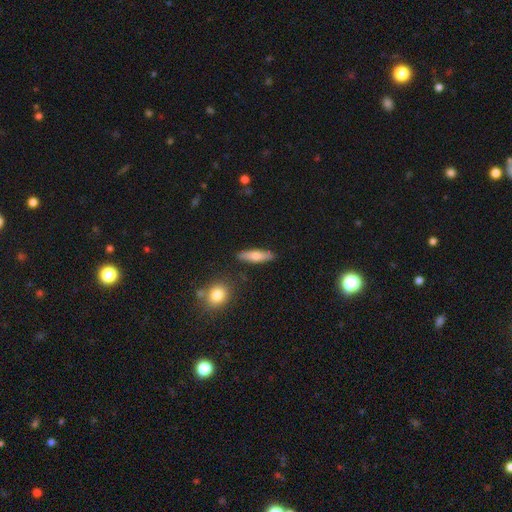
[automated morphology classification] smooth-or-featured: smooth: 67% | featured or disk: 27% | star or artifact: 7%
  how-rounded: cigar-shaped: 62% | in between: 36% | round: 3%
  merging: none: 85% | minor disturbance: 10% | merger: 3% | major disturbance: 2%